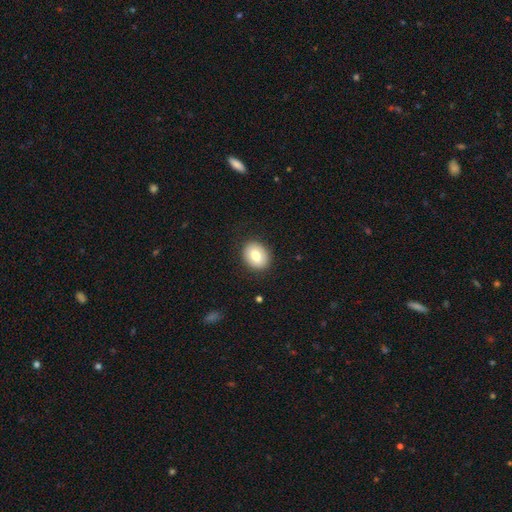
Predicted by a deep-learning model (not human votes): Smooth or featured? Predicted: smooth (p=0.76). How rounded? Predicted: in between (p=0.51). Merging? Predicted: none (p=0.88).